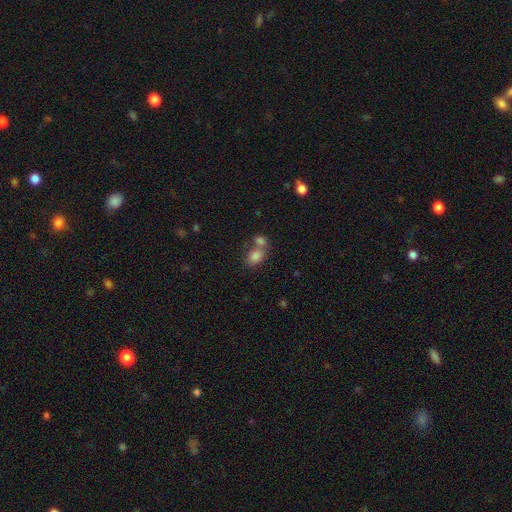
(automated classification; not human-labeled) Morphology: type=smooth (82%); roundness=in between (71%); merging=merger (49%).